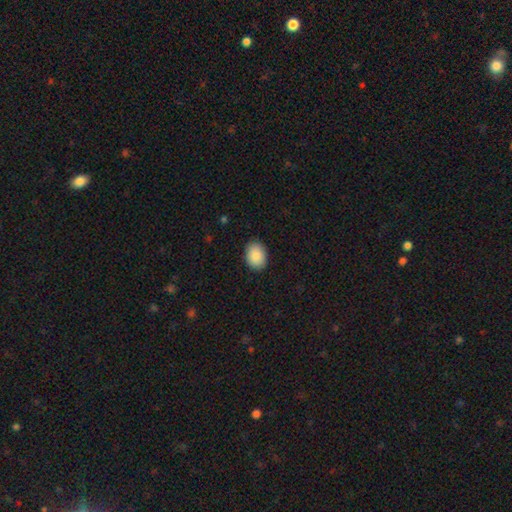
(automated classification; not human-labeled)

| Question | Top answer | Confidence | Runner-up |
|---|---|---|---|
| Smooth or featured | smooth | 89% | star or artifact (7%) |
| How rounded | in between | 68% | round (31%) |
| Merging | none | 88% | minor disturbance (9%) |